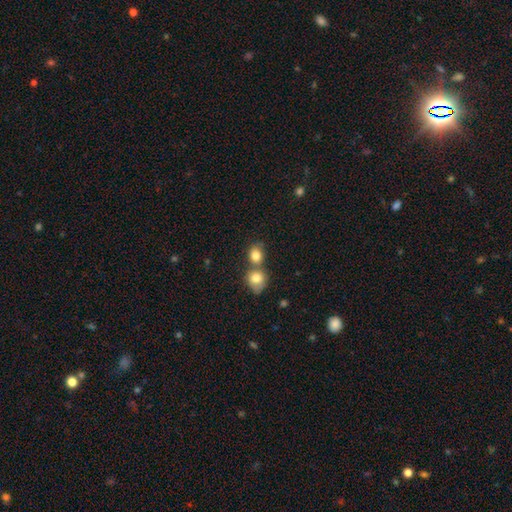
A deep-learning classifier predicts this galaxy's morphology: A smooth galaxy with no disk features (83%) that is round (63%).

Vote fractions:
- Smooth or featured? smooth: 83% / star or artifact: 9% / featured or disk: 8%
- How rounded? round: 63% / in between: 36% / cigar-shaped: 1%
- Merging? merger: 49% / none: 38% / minor disturbance: 9% / major disturbance: 3%